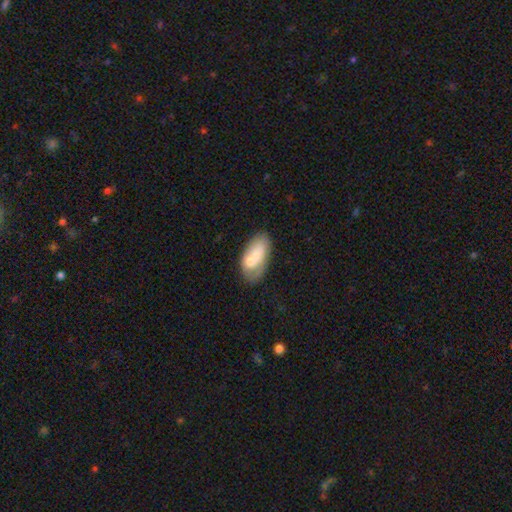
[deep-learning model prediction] This is likely a smooth galaxy (63%). How rounded: clearly in between (91%). Merging: marginally none (39%).